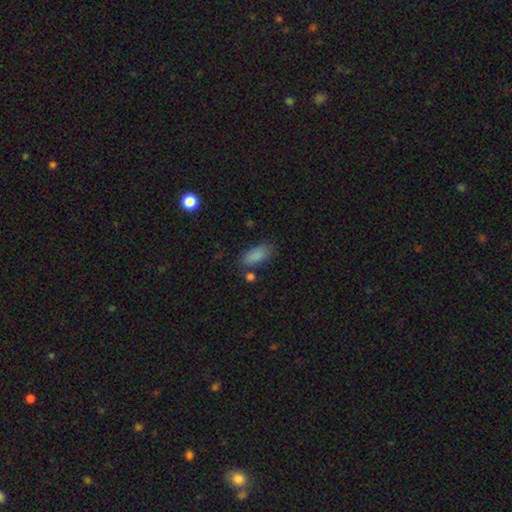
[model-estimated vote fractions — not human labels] Smooth or featured? Predicted: smooth (p=0.86). How rounded? Predicted: in between (p=0.86). Merging? Predicted: none (p=0.71).